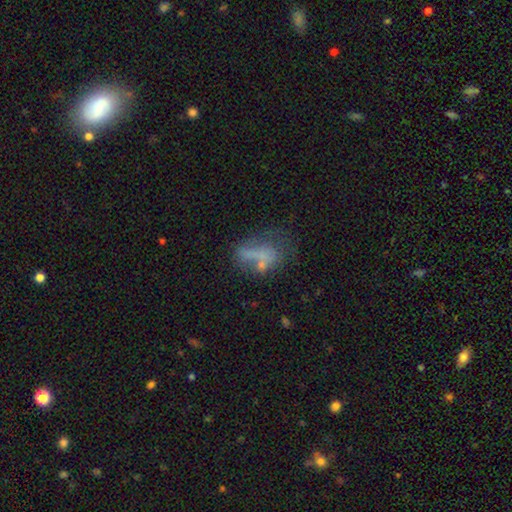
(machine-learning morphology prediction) The model was most divided on "merging": none: 38%, major disturbance: 27%, minor disturbance: 22%, merger: 14%. Remaining: smooth or featured — smooth (47%).